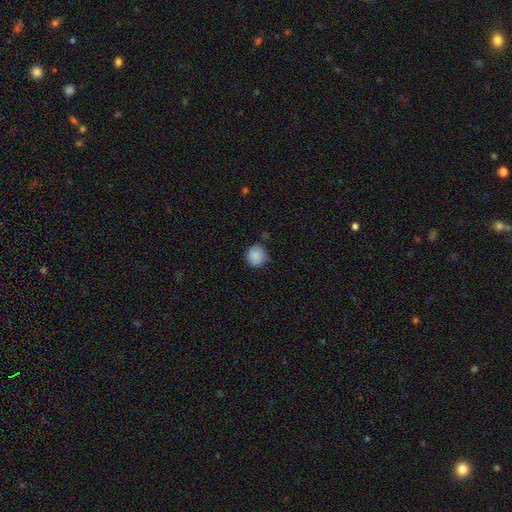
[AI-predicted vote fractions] smooth-or-featured: smooth: 86% | star or artifact: 8% | featured or disk: 6%
  how-rounded: round: 85% | in between: 15% | cigar-shaped: 1%
  merging: none: 71% | minor disturbance: 23% | major disturbance: 3% | merger: 2%